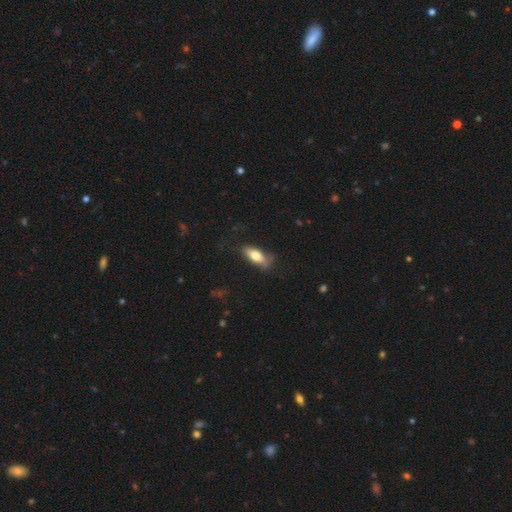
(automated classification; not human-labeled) Smooth or featured? Predicted: smooth (p=0.71). How rounded? Predicted: in between (p=0.75). Merging? Predicted: none (p=0.61).